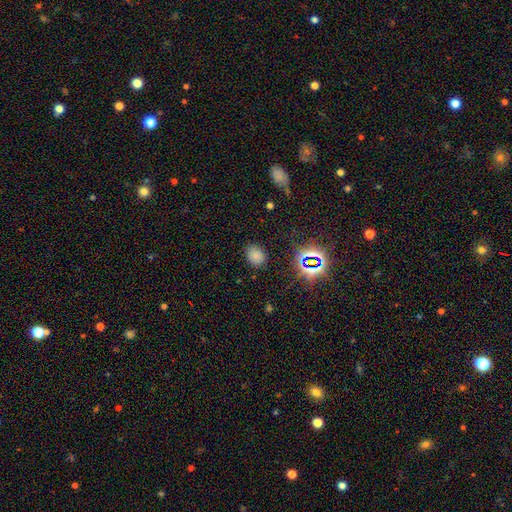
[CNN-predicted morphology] A smooth galaxy with no disk features (73%) that is in between round and cigar-shaped (59%).

Vote fractions:
- Smooth or featured? smooth: 73% / star or artifact: 21% / featured or disk: 5%
- How rounded? in between: 59% / round: 40% / cigar-shaped: 1%
- Merging? none: 83% / minor disturbance: 11% / major disturbance: 4% / merger: 2%